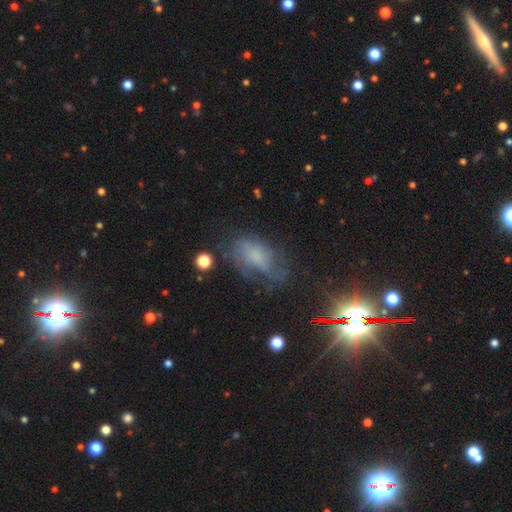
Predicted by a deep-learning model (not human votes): Smooth or featured?
  - featured or disk: 41% *
  - smooth: 39%
  - star or artifact: 19%
Merging?
  - none: 45% *
  - minor disturbance: 28%
  - major disturbance: 24%
  - merger: 3%